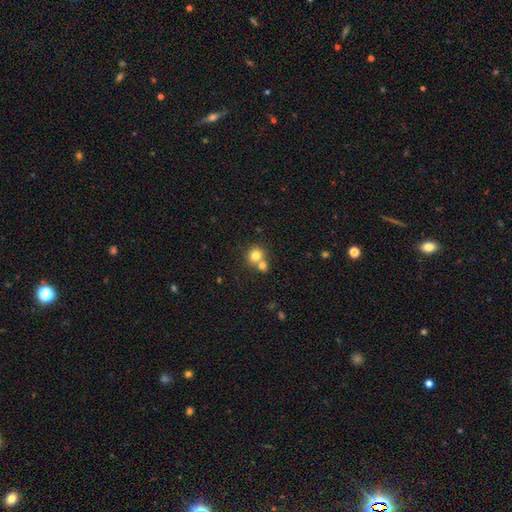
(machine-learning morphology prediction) smooth_or_featured: smooth (p=0.78) [alt: star or artifact p=0.12]
how_rounded: round (p=0.86) [alt: in between p=0.13]
merging: none (p=0.47) [alt: merger p=0.44]